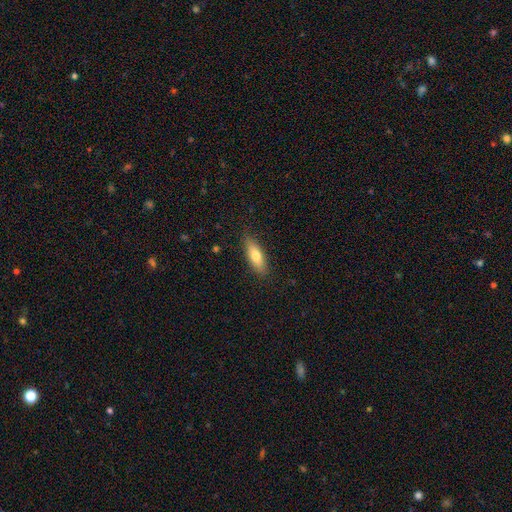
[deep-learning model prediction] Smooth or featured? Predicted: smooth (p=0.74). How rounded? Predicted: in between (p=0.58). Merging? Predicted: none (p=0.85).